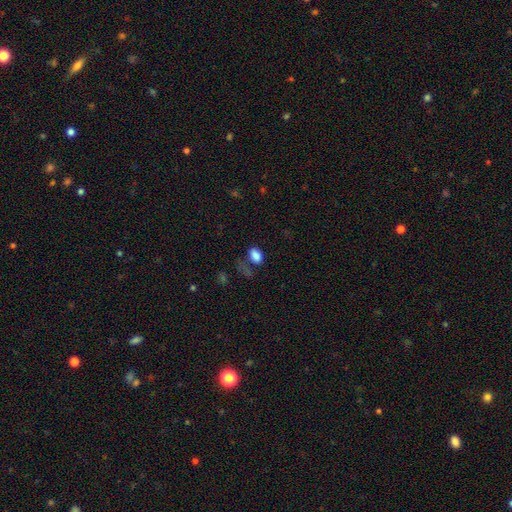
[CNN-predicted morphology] Overall: smooth (81%). How rounded: in between (88%). Merging: none (57%; minor disturbance 23%).